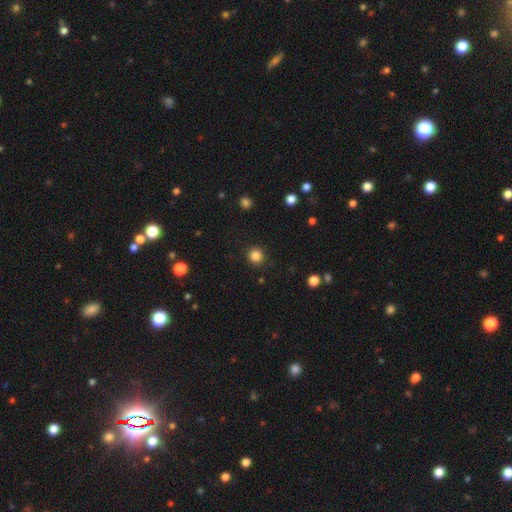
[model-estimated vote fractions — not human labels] Morphology: type=smooth (85%); roundness=round (94%); merging=none (91%).